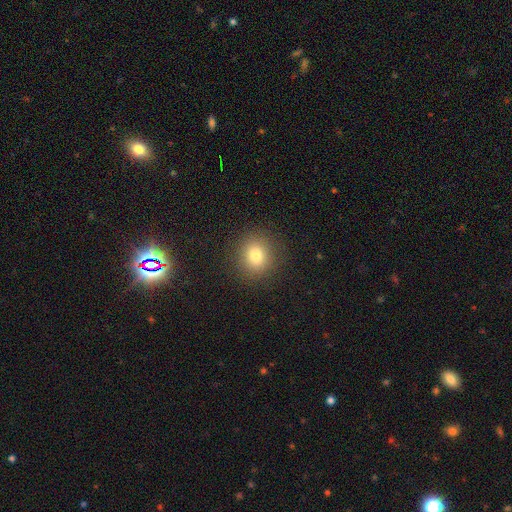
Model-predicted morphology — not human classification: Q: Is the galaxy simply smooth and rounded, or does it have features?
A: smooth — 80%.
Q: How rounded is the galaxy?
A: round — 80%.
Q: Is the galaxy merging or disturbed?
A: none — 89%.